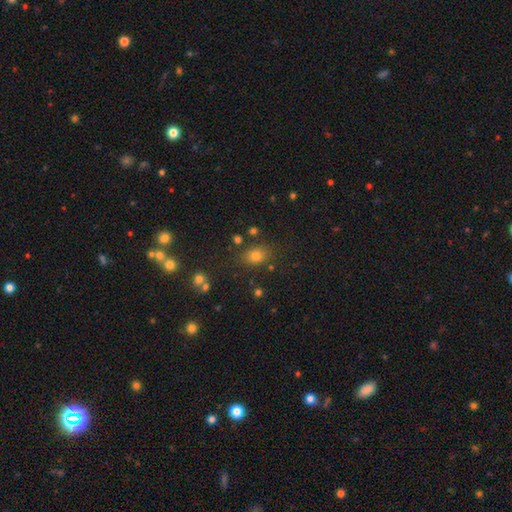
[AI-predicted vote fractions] A smooth galaxy with no disk features (72%) that is in between round and cigar-shaped (58%). Merging: none (79%).